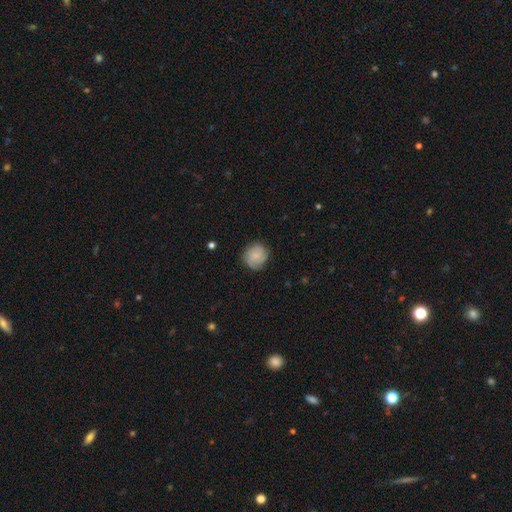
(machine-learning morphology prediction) This is likely a smooth galaxy (75%). How rounded: clearly round (85%). Merging: clearly none (80%).